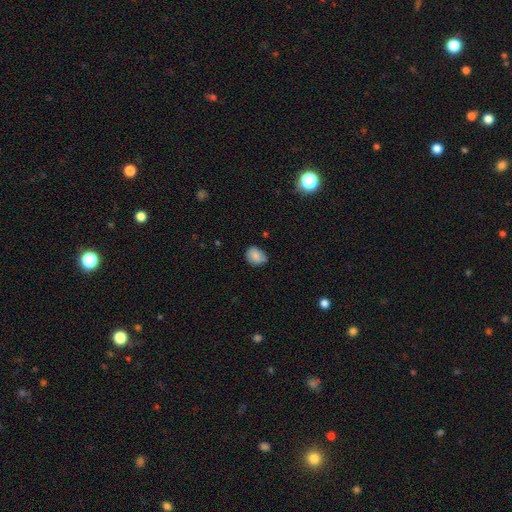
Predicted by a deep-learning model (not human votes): Smooth or featured? Predicted: smooth (p=0.79). How rounded? Predicted: round (p=0.50). Merging? Predicted: none (p=0.70).